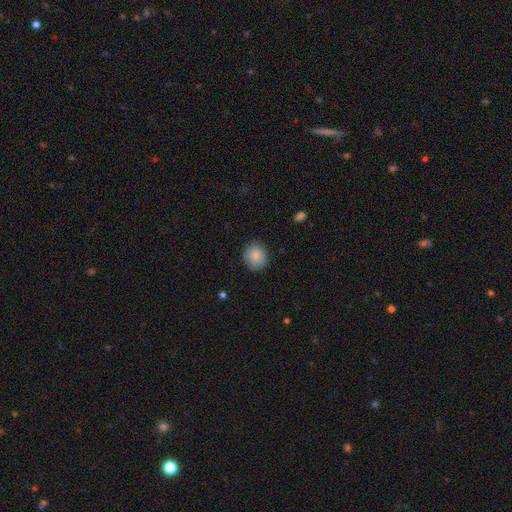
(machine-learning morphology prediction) This is clearly a smooth galaxy (86%). How rounded: clearly round (80%). Merging: clearly none (85%).